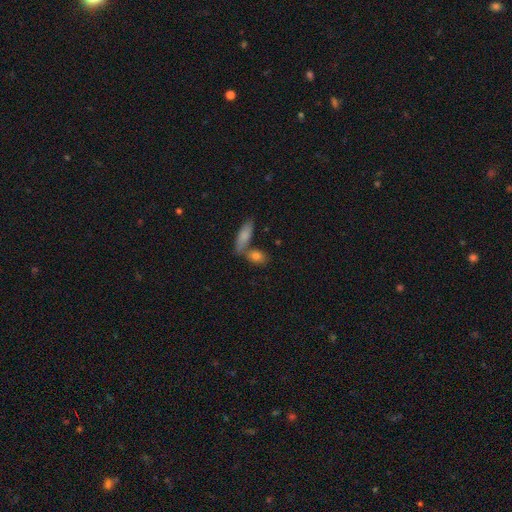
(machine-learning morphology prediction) A smooth galaxy with no disk features (75%) that is in between round and cigar-shaped (69%). Merging: none (52%).